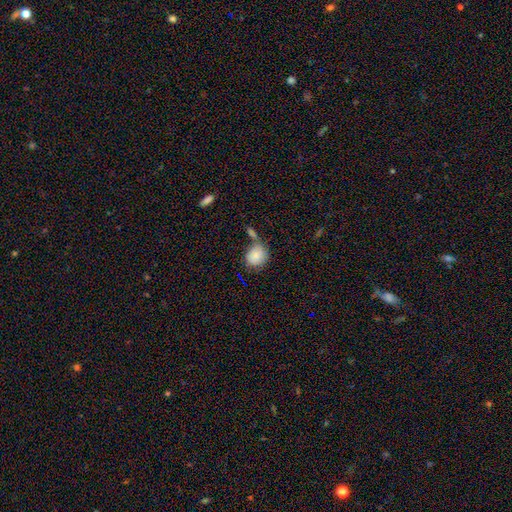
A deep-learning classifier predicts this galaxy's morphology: Smooth or featured? Predicted: smooth (p=0.85). How rounded? Predicted: round (p=0.68). Merging? Predicted: none (p=0.51).